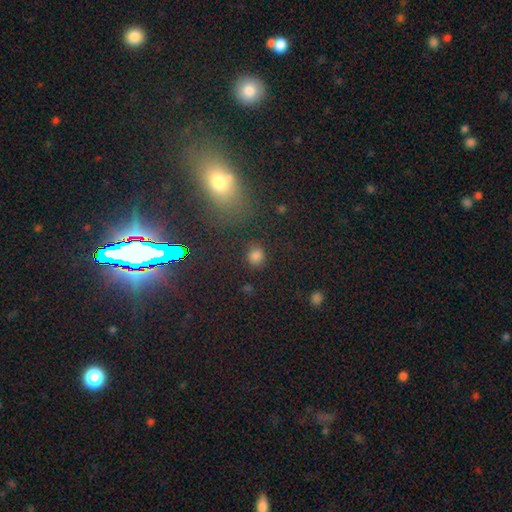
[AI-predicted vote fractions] A smooth galaxy with no disk features (73%) that is round (69%). Merging: none (83%).